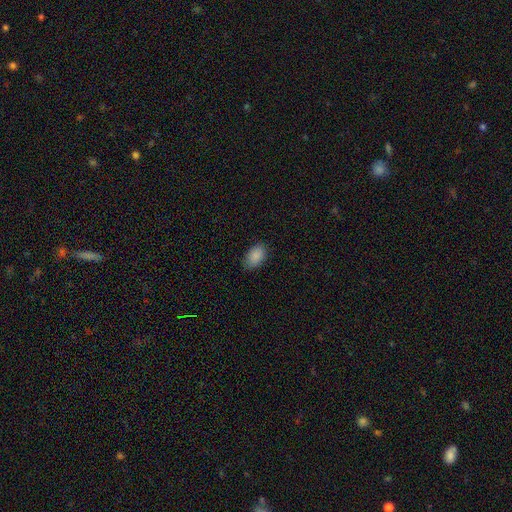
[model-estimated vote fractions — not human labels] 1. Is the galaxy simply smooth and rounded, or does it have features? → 89% smooth, 7% star or artifact, 4% featured or disk.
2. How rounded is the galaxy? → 92% in between, 6% round, 1% cigar-shaped.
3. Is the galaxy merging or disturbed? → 82% none, 14% minor disturbance, 3% major disturbance, 1% merger.